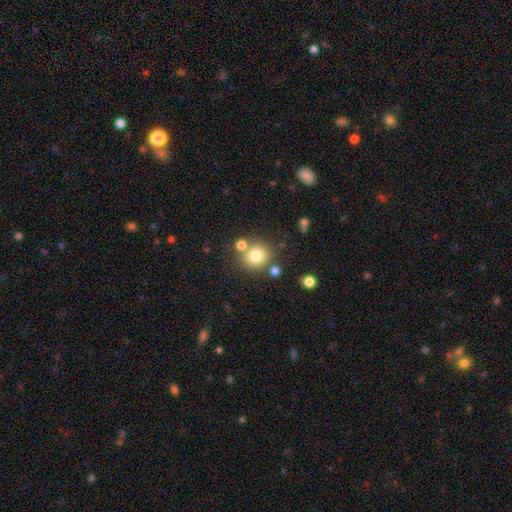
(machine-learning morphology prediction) Smooth or featured? Predicted: smooth (p=0.78). How rounded? Predicted: round (p=0.88). Merging? Predicted: none (p=0.73).